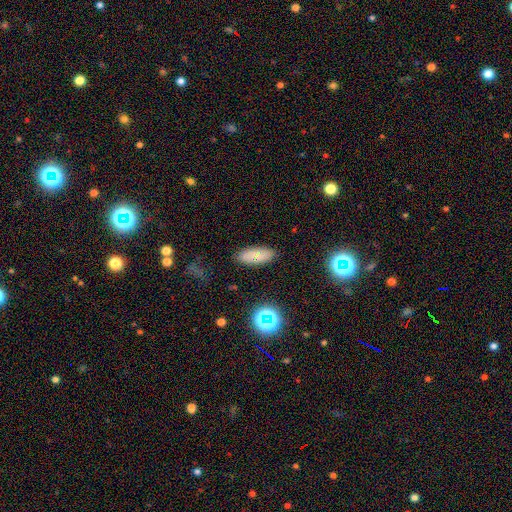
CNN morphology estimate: smooth 64%, featured or disk 24%, star or artifact 12%. Down the decision tree: how rounded — in between (79%); merging — none (84%).